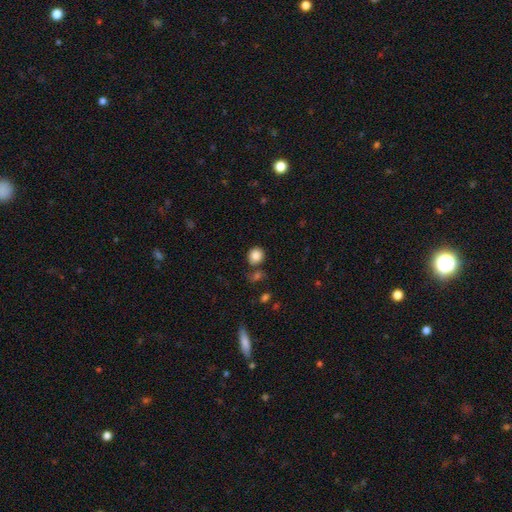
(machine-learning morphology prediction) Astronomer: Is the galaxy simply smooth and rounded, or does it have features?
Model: smooth — 86%.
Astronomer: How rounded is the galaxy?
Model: round — 85%.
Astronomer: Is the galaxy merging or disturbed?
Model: none — 72%.